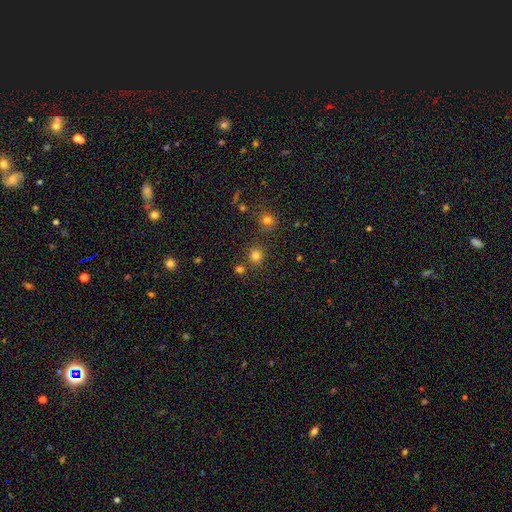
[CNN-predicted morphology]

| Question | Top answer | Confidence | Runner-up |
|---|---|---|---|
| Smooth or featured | smooth | 78% | star or artifact (17%) |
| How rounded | round | 88% | in between (11%) |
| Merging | none | 79% | merger (10%) |